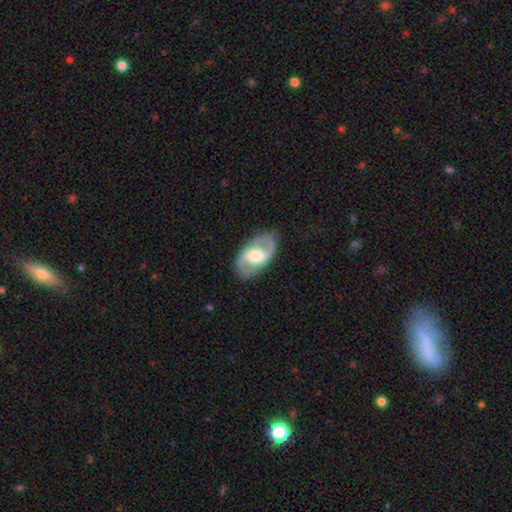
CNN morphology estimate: Smooth or featured? Predicted: featured or disk (p=0.81). Edge-on disk? Predicted: no (p=0.96). Bar? Predicted: weak (p=0.45). Spiral arms? Predicted: yes (p=0.88). Spiral winding? Predicted: medium (p=0.53). Spiral arm count? Predicted: 2 (p=0.92). Bulge size? Predicted: moderate (p=0.45). Merging? Predicted: none (p=0.86).